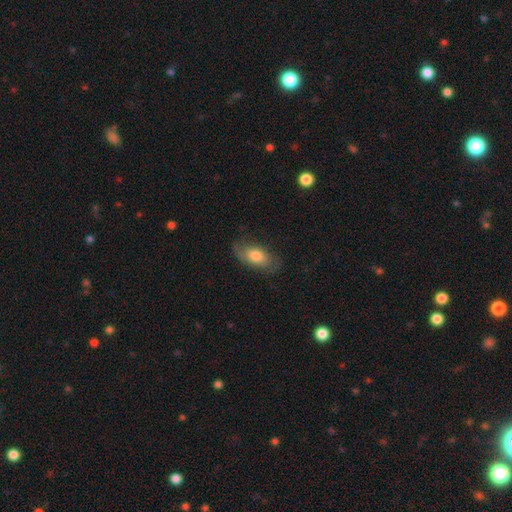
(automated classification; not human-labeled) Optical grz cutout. It shows a smooth galaxy with no disk features (64%) that is in between round and cigar-shaped (88%). Merging: none (71%).